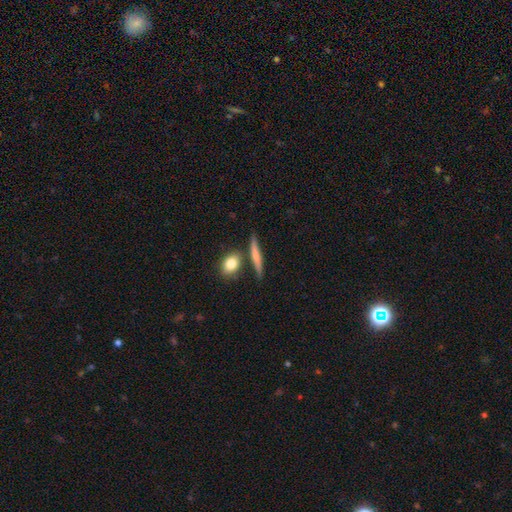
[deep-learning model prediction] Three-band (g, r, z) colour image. It shows a smooth galaxy with no disk features (59%) that is cigar-shaped (77%). Merging: none (75%).